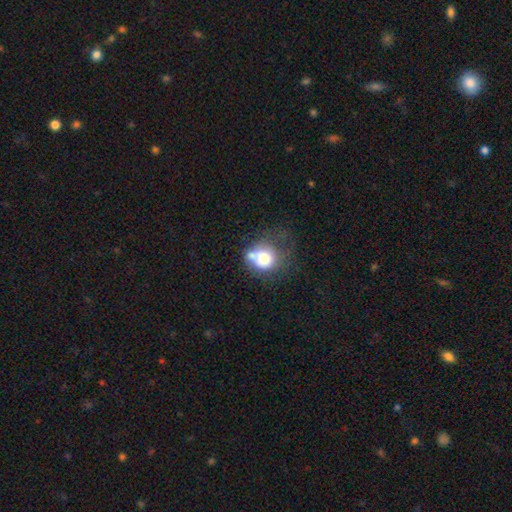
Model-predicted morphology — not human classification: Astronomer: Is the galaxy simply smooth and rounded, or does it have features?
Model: smooth — 69%.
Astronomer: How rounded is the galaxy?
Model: round — 70%.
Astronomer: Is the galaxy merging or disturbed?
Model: merger — 32% (runner-up: none, 28%).